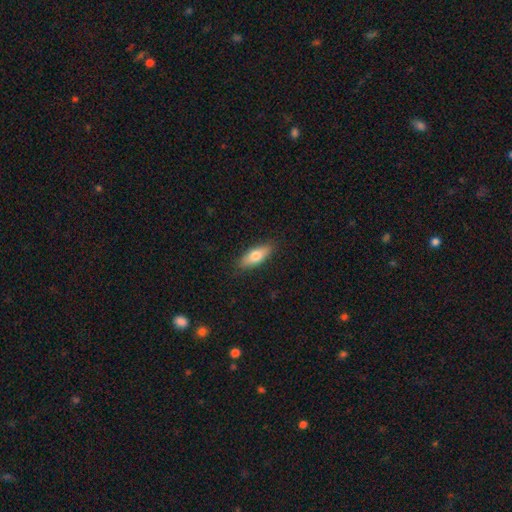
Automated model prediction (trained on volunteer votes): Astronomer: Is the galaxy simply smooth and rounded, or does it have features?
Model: smooth — 72%.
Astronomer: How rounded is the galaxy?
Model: in between — 66%.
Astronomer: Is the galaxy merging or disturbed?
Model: none — 87%.